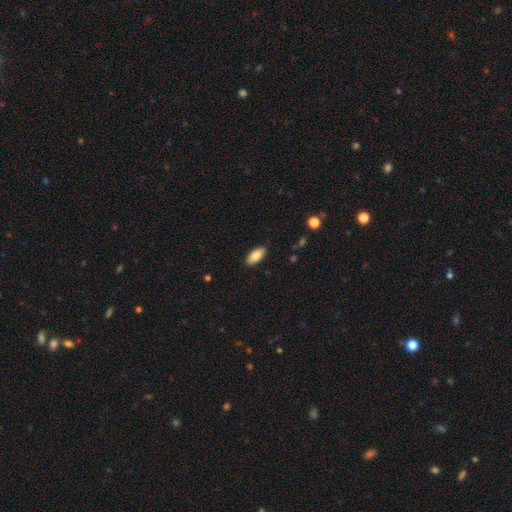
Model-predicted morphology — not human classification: Overall: smooth (86%). How rounded: in between (89%). Merging: none (88%).